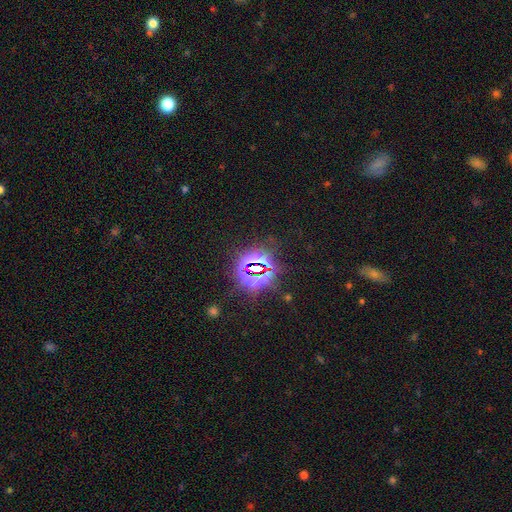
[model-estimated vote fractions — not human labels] A star or artifact, not a galaxy (81%).